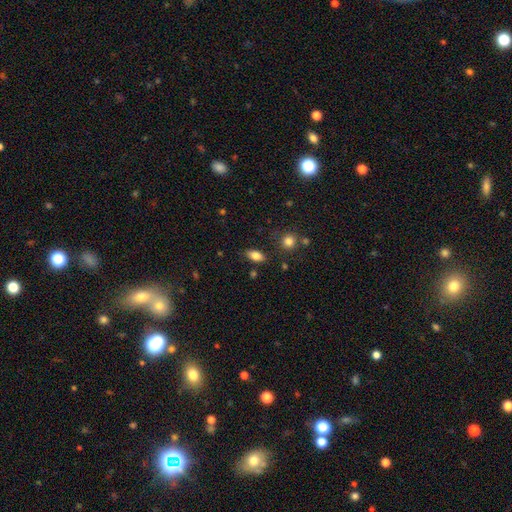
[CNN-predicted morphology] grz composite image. It shows a smooth galaxy with no disk features (81%) that is in between round and cigar-shaped (88%). Merging: none (83%).